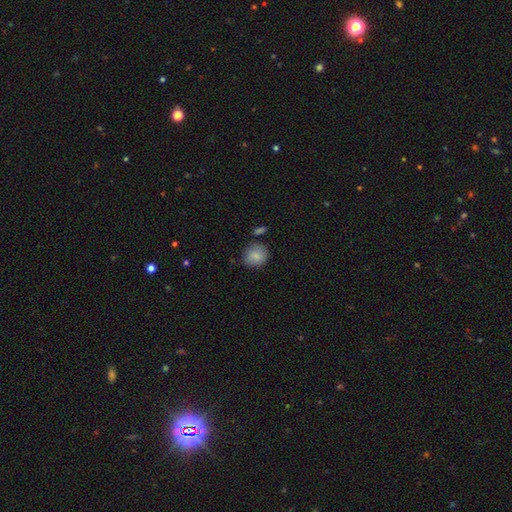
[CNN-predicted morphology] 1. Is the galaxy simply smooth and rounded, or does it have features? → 87% smooth, 7% star or artifact, 6% featured or disk.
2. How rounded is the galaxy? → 83% round, 16% in between, 1% cigar-shaped.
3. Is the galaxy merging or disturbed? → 75% none, 16% minor disturbance, 5% merger, 4% major disturbance.